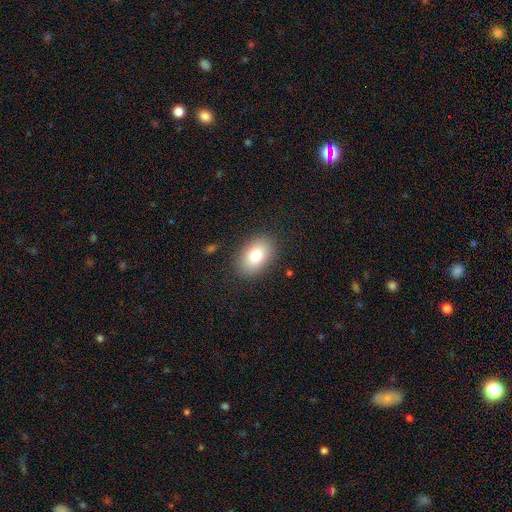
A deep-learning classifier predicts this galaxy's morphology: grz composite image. It shows a smooth galaxy with no disk features (80%) that is in between round and cigar-shaped (88%). Merging: none (87%).